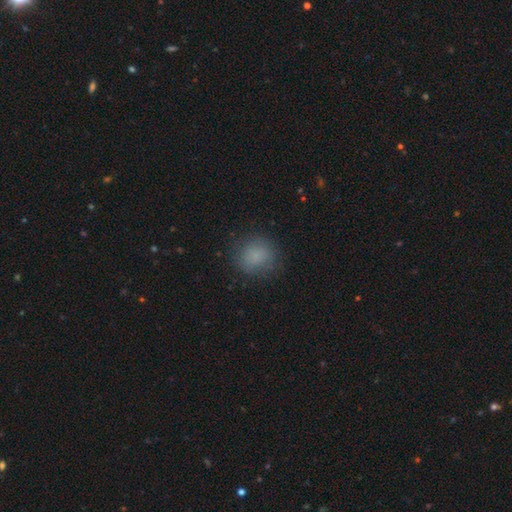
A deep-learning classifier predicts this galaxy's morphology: type=smooth (82%); roundness=round (81%); merging=none (82%).